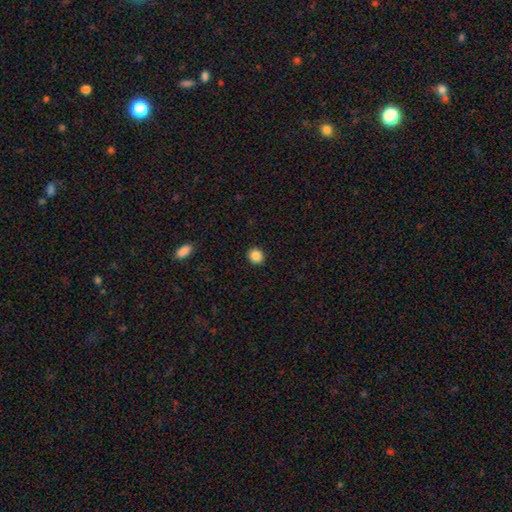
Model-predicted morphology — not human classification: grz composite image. It shows a smooth galaxy with no disk features (86%) that is round (83%). Merging: none (92%).